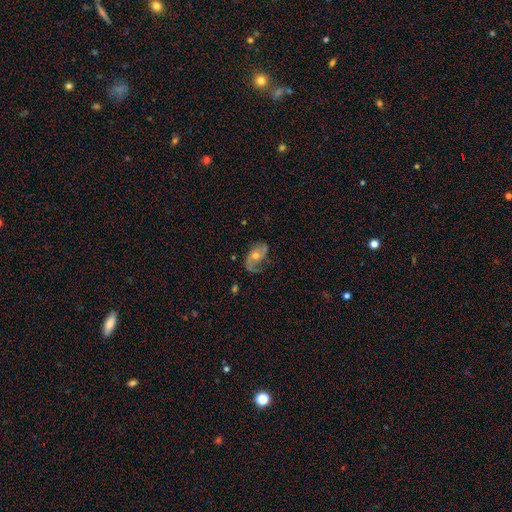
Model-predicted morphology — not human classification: smooth_or_featured: featured or disk (p=0.73) [alt: smooth p=0.18]
disk_edge_on: no (p=0.96) [alt: yes p=0.04]
bar: no (p=0.67) [alt: weak p=0.26]
has_spiral_arms: yes (p=0.88) [alt: no p=0.12]
spiral_winding: loose (p=0.44) [alt: medium p=0.40]
spiral_arm_count: 2 (p=0.68) [alt: 1 p=0.18]
bulge_size: moderate (p=0.63) [alt: small p=0.30]
merging: none (p=0.57) [alt: minor disturbance p=0.24]